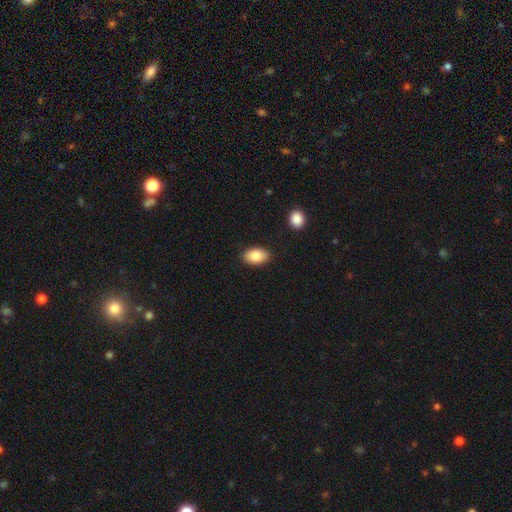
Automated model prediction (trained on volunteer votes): Overall: smooth (86%). How rounded: in between (92%). Merging: none (87%).